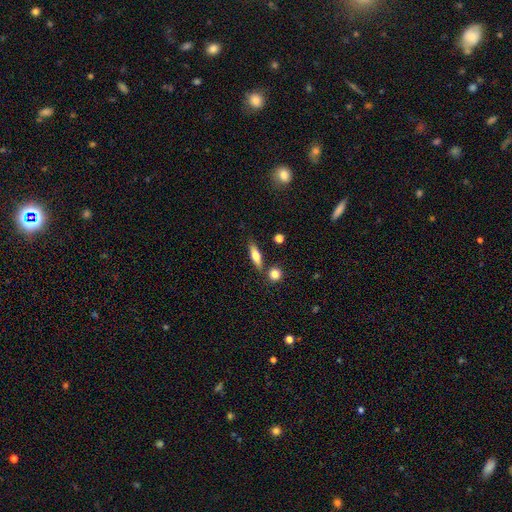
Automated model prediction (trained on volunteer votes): Smooth or featured? smooth (60%)
How rounded? cigar-shaped (53%)
Merging? none (77%)